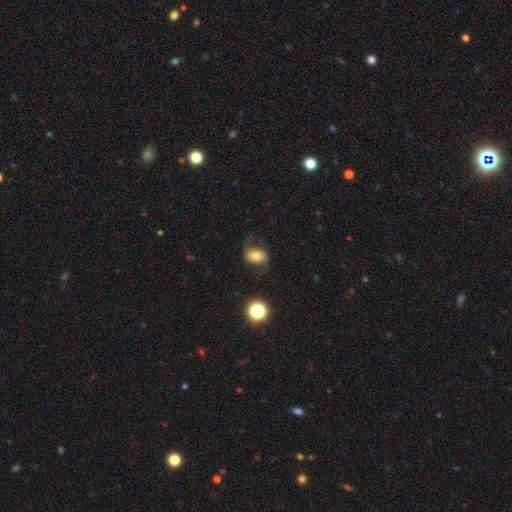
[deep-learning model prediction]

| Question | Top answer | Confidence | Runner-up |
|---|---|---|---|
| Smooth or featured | featured or disk | 49% | smooth (39%) |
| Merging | none | 66% | minor disturbance (19%) |